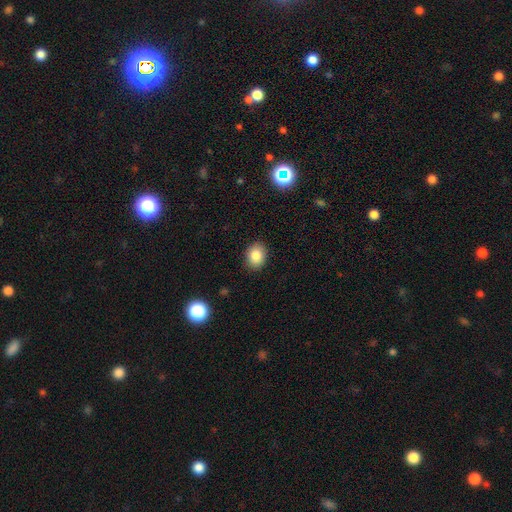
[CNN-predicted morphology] smooth 84%, star or artifact 9%, featured or disk 6%. Down the decision tree: how rounded — in between (60%); merging — none (89%).